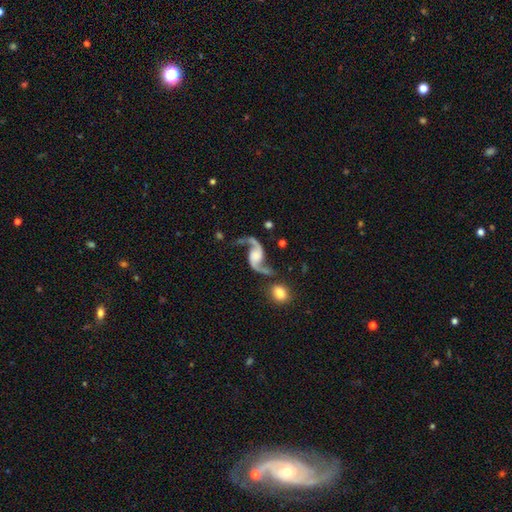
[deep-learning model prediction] The model was most divided on "bulge size": none: 32%, moderate: 23%, small: 21%, large: 20%, dominant: 5%. More confident: spiral arms — yes (98%); edge-on disk — no (97%); spiral arm count — 2 (94%); smooth or featured — featured or disk (91%); spiral winding — loose (84%); merging — none (63%); bar — no (56%).